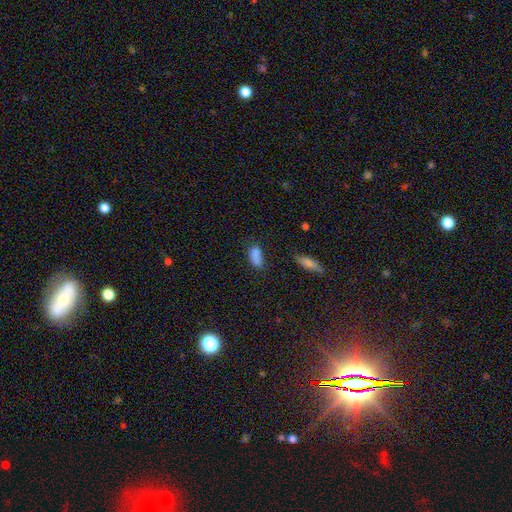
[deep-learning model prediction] This is clearly a smooth galaxy (81%). How rounded: clearly in between (86%). Merging: possibly none (55%).